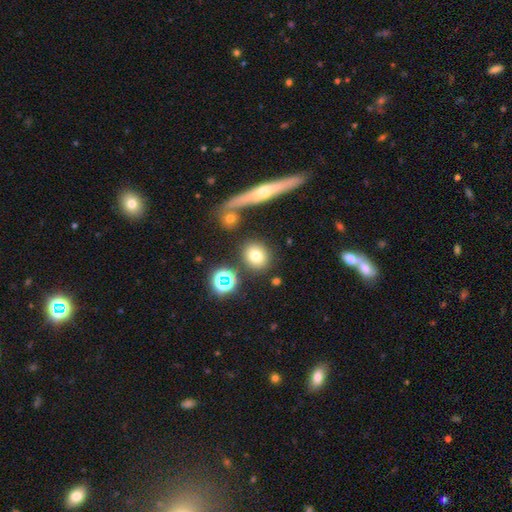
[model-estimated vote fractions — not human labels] A smooth galaxy with no disk features (72%) that is round (68%). Merging: none (82%).